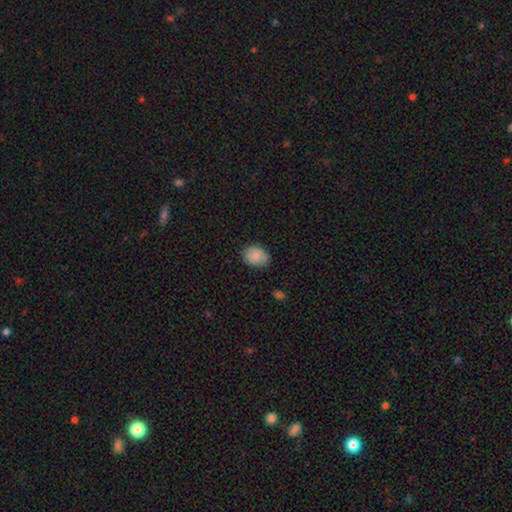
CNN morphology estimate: smooth-or-featured: smooth: 83% | featured or disk: 9% | star or artifact: 8%
  how-rounded: in between: 61% | round: 38% | cigar-shaped: 1%
  merging: none: 72% | minor disturbance: 22% | major disturbance: 4% | merger: 2%